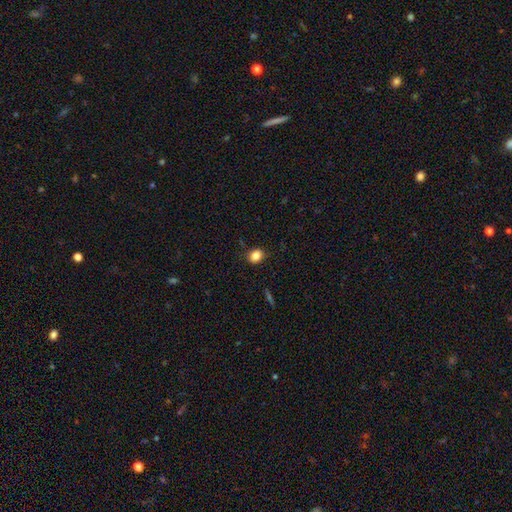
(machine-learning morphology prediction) This appears to be a smooth galaxy with no disk features (84%) that is round (51%). Merging: none (83%).